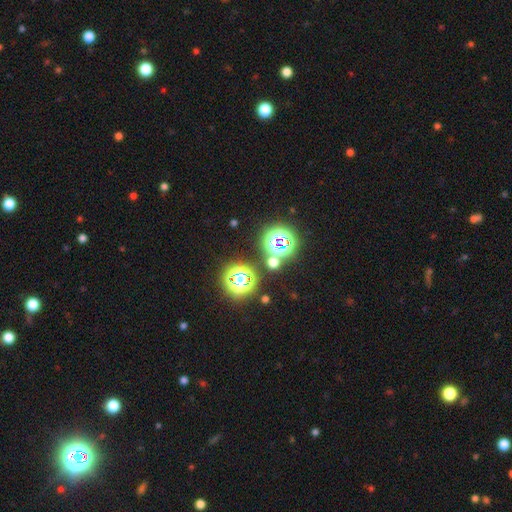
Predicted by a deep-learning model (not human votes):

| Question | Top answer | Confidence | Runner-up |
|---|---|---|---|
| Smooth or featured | star or artifact | 79% | smooth (15%) |